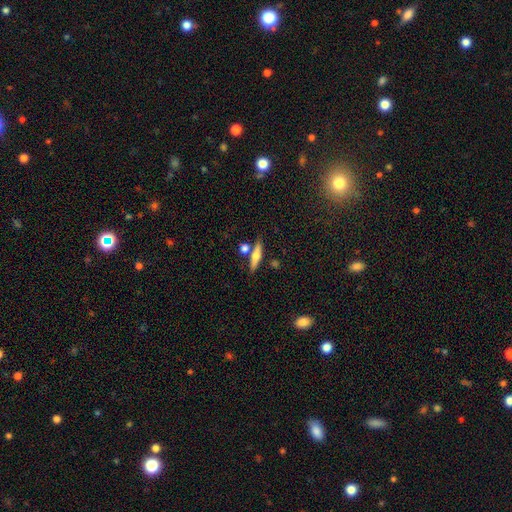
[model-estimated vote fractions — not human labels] smooth-or-featured: smooth: 53% | featured or disk: 40% | star or artifact: 7%
  how-rounded: cigar-shaped: 77% | in between: 19% | round: 4%
  merging: none: 72% | merger: 15% | minor disturbance: 10% | major disturbance: 3%